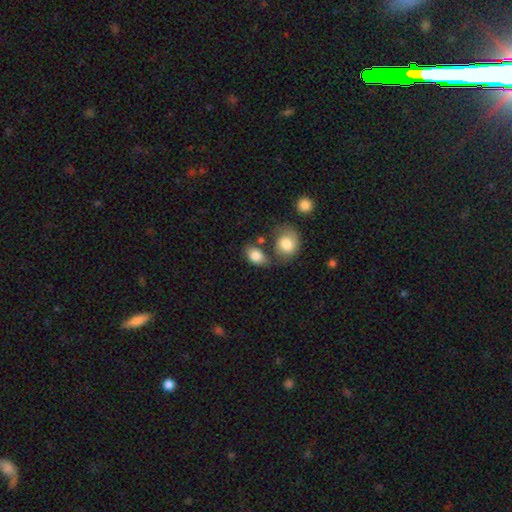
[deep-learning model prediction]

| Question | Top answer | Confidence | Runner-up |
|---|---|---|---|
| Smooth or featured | smooth | 83% | featured or disk (9%) |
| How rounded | in between | 78% | round (21%) |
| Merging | none | 50% | merger (24%) |